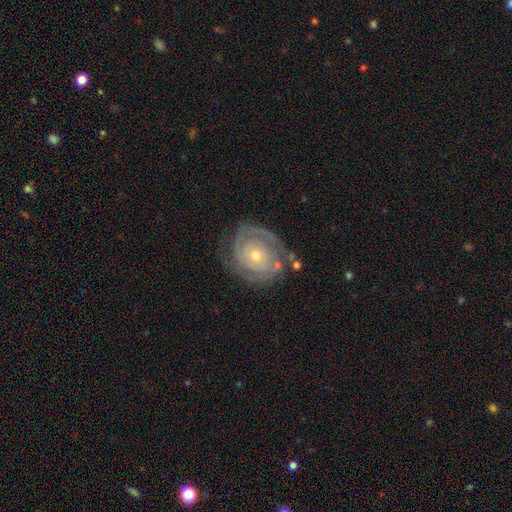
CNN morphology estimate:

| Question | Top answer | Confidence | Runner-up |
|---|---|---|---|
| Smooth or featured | featured or disk | 88% | smooth (7%) |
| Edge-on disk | no | 97% | yes (3%) |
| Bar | no | 79% | weak (16%) |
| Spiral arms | yes | 96% | no (4%) |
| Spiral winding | tight | 80% | medium (16%) |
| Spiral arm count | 2 | 59% | can't tell (15%) |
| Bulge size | small | 50% | moderate (46%) |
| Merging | none | 75% | minor disturbance (16%) |